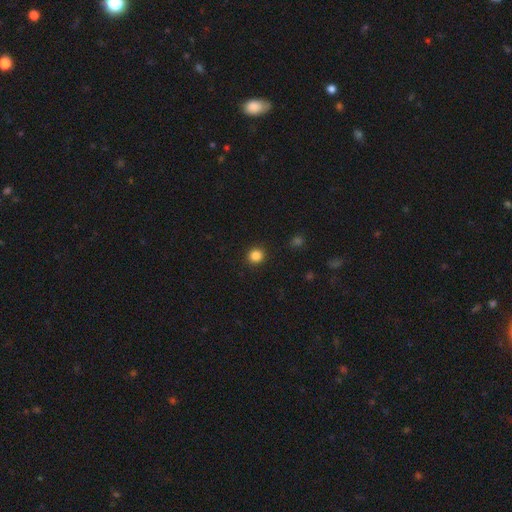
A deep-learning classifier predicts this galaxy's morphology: Smooth or featured? Predicted: smooth (p=0.85). How rounded? Predicted: round (p=0.92). Merging? Predicted: none (p=0.92).